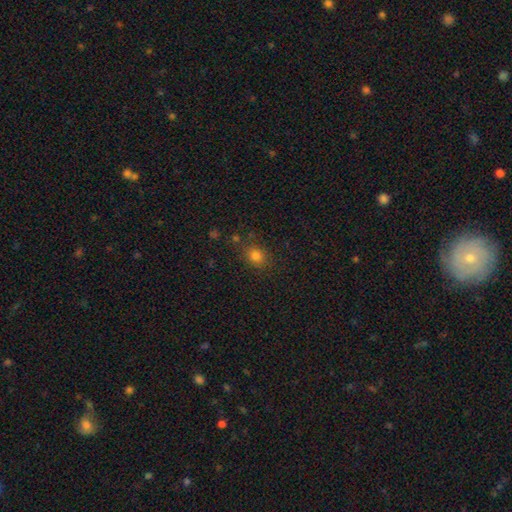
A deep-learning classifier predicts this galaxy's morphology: This is likely a smooth galaxy (78%). How rounded: likely round (65%). Merging: clearly none (80%).